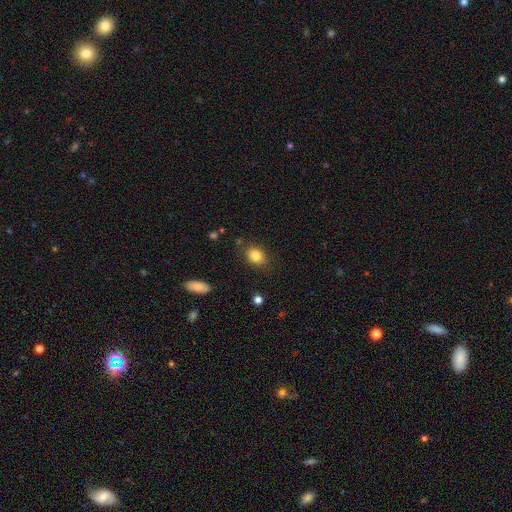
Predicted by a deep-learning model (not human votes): This appears to be a smooth galaxy with no disk features (84%) that is in between round and cigar-shaped (64%). Merging: none (83%).